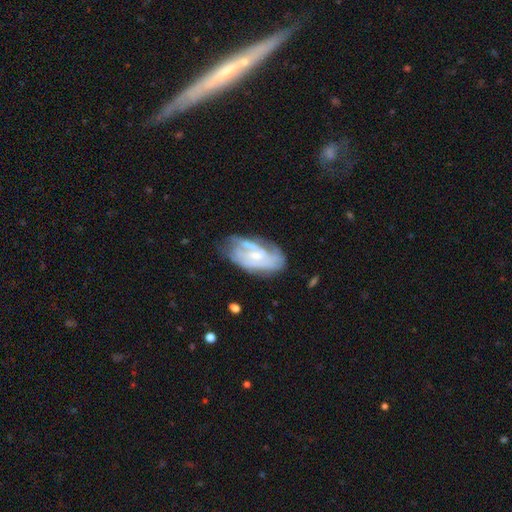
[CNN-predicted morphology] smooth-or-featured: featured or disk: 73% | smooth: 20% | star or artifact: 8%
  disk-edge-on: no: 94% | yes: 6%
    bar: no: 51% | weak: 38% | strong: 11%
    has-spiral-arms: yes: 83% | no: 17%
      spiral-winding: tight: 53% | medium: 35% | loose: 12%
      spiral-arm-count: can't tell: 43% | 2: 27% | 3: 15% | 4: 6% | 1: 5% | more than 4: 4%
    bulge-size: small: 62% | moderate: 28% | none: 7% | large: 2% | dominant: 1%
  merging: none: 60% | minor disturbance: 25% | major disturbance: 11% | merger: 3%